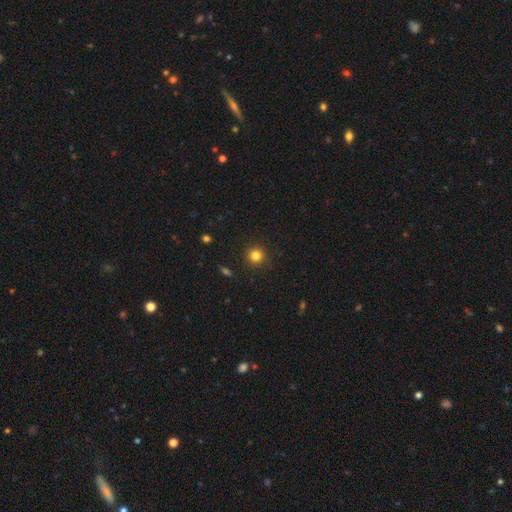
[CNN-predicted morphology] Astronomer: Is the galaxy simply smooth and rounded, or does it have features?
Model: smooth — 82%.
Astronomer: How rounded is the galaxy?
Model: round — 94%.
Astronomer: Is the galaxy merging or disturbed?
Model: none — 91%.